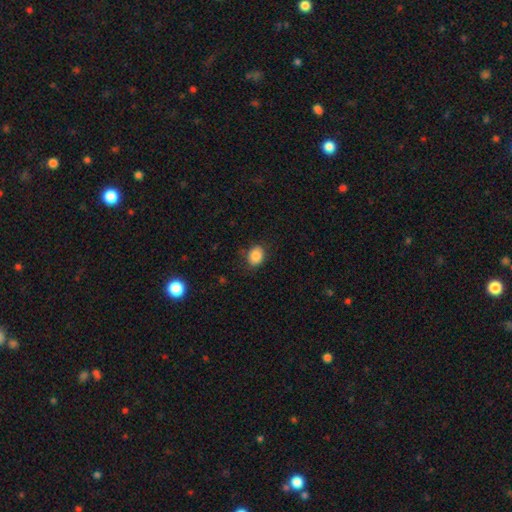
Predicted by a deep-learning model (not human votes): Smooth or featured?
  - smooth: 87% *
  - star or artifact: 9%
  - featured or disk: 5%
How rounded?
  - in between: 59% *
  - round: 40%
  - cigar-shaped: 1%
Merging?
  - none: 79% *
  - minor disturbance: 16%
  - major disturbance: 4%
  - merger: 1%